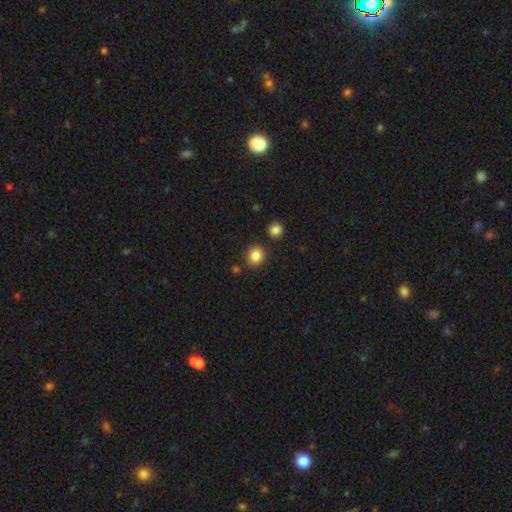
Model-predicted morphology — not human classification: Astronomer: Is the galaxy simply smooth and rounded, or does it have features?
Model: smooth — 86%.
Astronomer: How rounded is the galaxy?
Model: round — 73%.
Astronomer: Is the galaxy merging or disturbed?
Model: none — 84%.